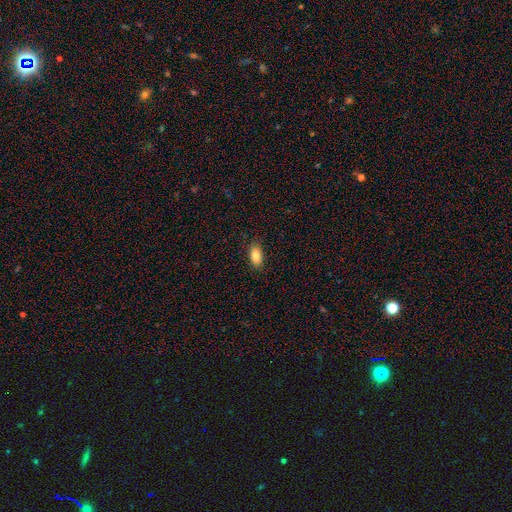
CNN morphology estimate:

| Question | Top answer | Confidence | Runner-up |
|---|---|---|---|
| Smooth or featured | smooth | 85% | star or artifact (8%) |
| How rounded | in between | 91% | round (5%) |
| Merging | none | 87% | minor disturbance (10%) |